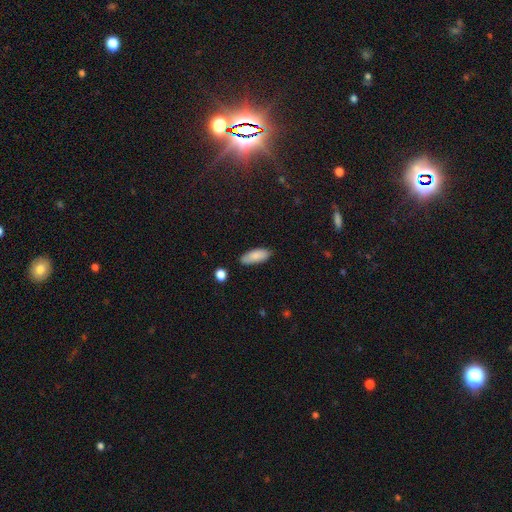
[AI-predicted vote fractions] Q: Smooth or featured?
A: smooth (85%); runner-up: featured or disk (8%)
Q: How rounded?
A: in between (79%); runner-up: cigar-shaped (20%)
Q: Merging?
A: none (81%); runner-up: minor disturbance (14%)